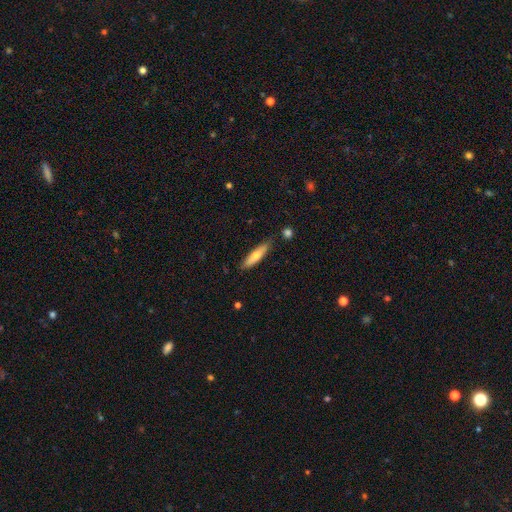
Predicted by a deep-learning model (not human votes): Smooth or featured?
  - smooth: 70% *
  - featured or disk: 24%
  - star or artifact: 6%
How rounded?
  - cigar-shaped: 77% *
  - in between: 21%
  - round: 2%
Merging?
  - none: 82% *
  - minor disturbance: 13%
  - merger: 3%
  - major disturbance: 2%